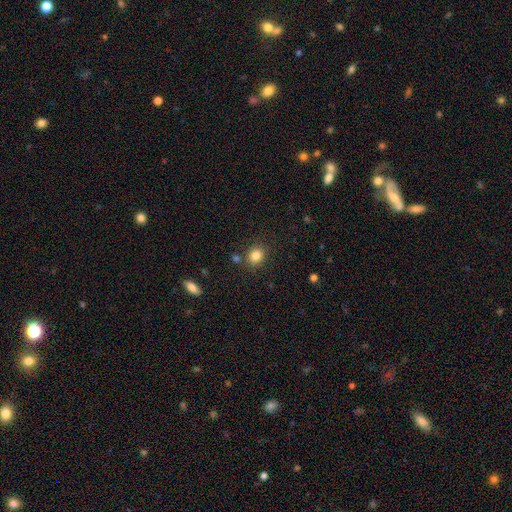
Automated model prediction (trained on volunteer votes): The model was most divided on "how rounded": round: 70%, in between: 29%, cigar-shaped: 1%. More confident: smooth or featured — smooth (84%); merging — none (82%).